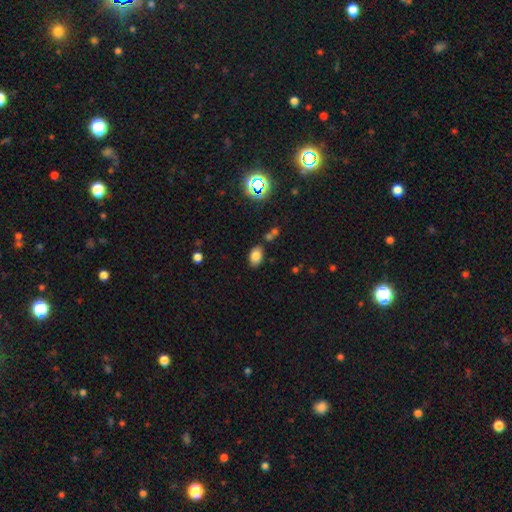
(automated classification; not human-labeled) This is likely a smooth galaxy (79%). How rounded: clearly in between (89%). Merging: likely none (77%).